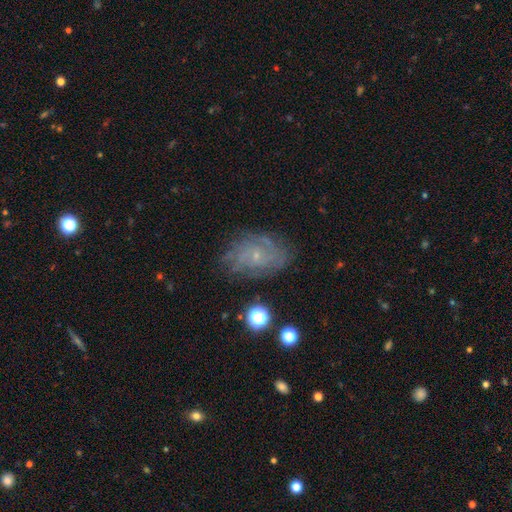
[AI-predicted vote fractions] Q: Smooth or featured?
A: featured or disk (70%); runner-up: smooth (18%)
Q: Edge-on disk?
A: no (96%); runner-up: yes (4%)
Q: Bar?
A: no (74%); runner-up: weak (23%)
Q: Spiral arms?
A: yes (88%); runner-up: no (12%)
Q: Spiral winding?
A: tight (57%); runner-up: medium (32%)
Q: Spiral arm count?
A: can't tell (48%); runner-up: 2 (18%)
Q: Bulge size?
A: small (80%); runner-up: moderate (13%)
Q: Merging?
A: none (74%); runner-up: minor disturbance (18%)